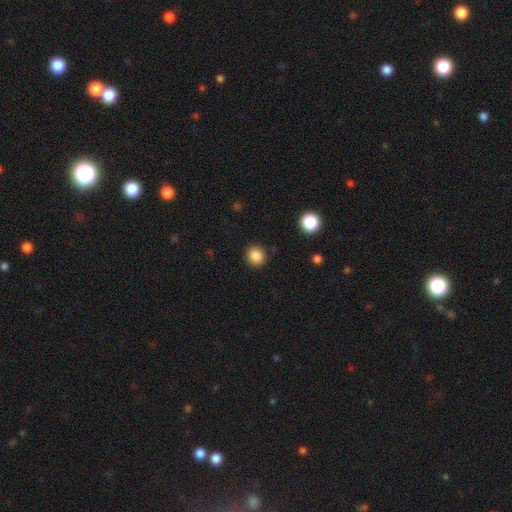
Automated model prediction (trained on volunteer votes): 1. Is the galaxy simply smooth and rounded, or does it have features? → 86% smooth, 11% star or artifact, 4% featured or disk.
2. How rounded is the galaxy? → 87% round, 12% in between, 1% cigar-shaped.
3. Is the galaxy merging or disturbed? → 89% none, 7% minor disturbance, 2% major disturbance, 2% merger.